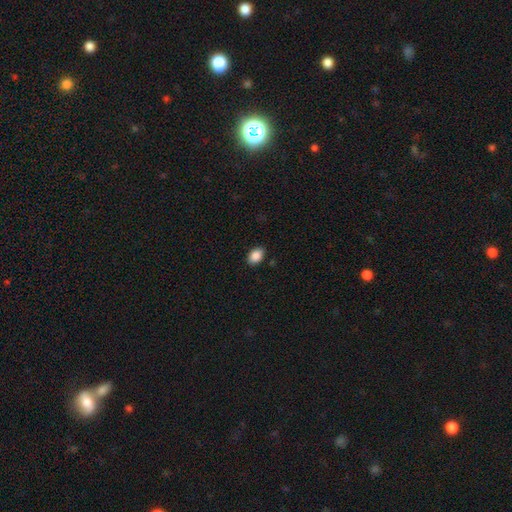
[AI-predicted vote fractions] smooth-or-featured: smooth: 89% | star or artifact: 8% | featured or disk: 3%
  how-rounded: in between: 81% | round: 17% | cigar-shaped: 1%
  merging: none: 88% | minor disturbance: 9% | major disturbance: 2% | merger: 1%